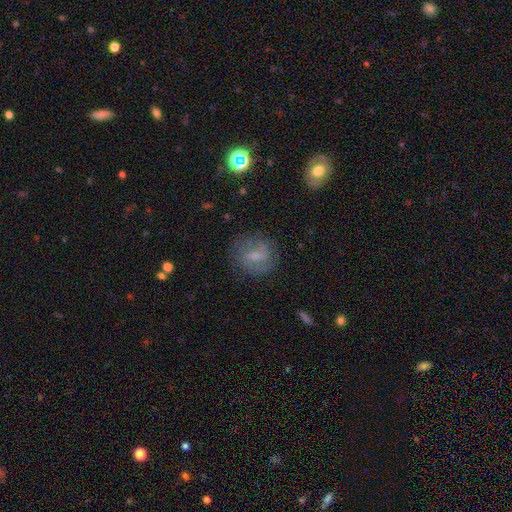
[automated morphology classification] The model was most divided on "smooth or featured": featured or disk: 45%, smooth: 44%, star or artifact: 11%. More confident: merging — none (73%).